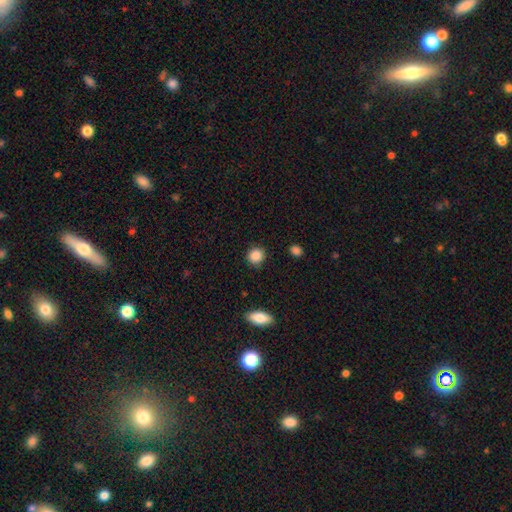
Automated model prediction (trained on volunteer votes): Smooth or featured: smooth — 88% (star or artifact — 9%)
How rounded: round — 88% (in between — 11%)
Merging: none — 88% (minor disturbance — 8%)